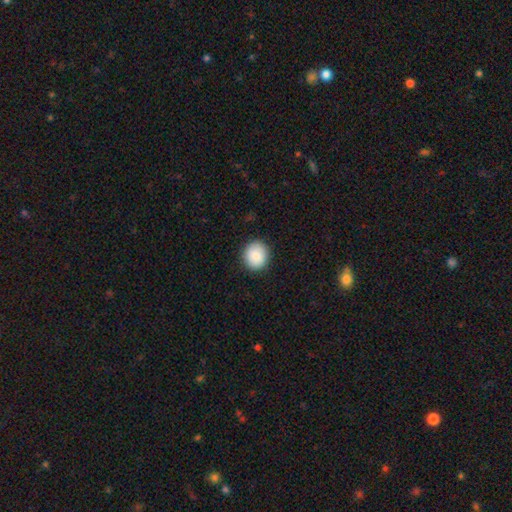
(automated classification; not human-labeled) smooth_or_featured: smooth (p=0.89) [alt: star or artifact p=0.07]
how_rounded: round (p=0.82) [alt: in between p=0.17]
merging: none (p=0.89) [alt: minor disturbance p=0.08]